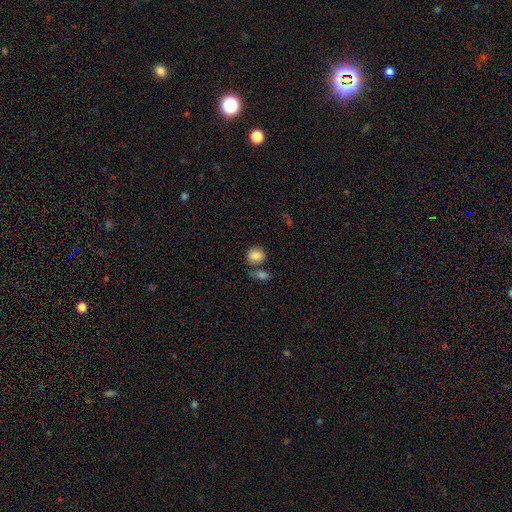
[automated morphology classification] smooth_or_featured: smooth (p=0.84) [alt: star or artifact p=0.08]
how_rounded: round (p=0.61) [alt: in between p=0.37]
merging: none (p=0.59) [alt: merger p=0.24]